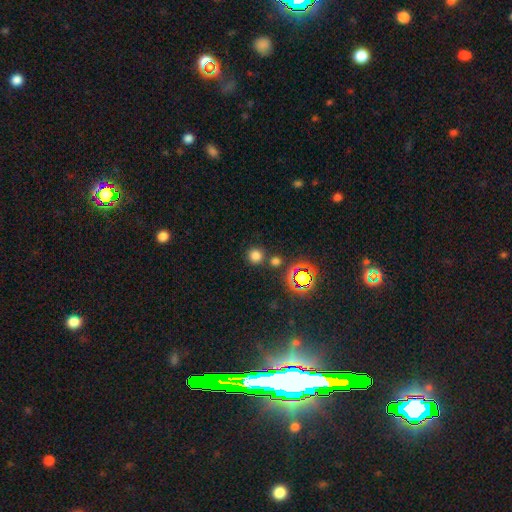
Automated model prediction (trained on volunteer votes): Morphology: type=smooth (73%); roundness=round (93%); merging=none (79%).